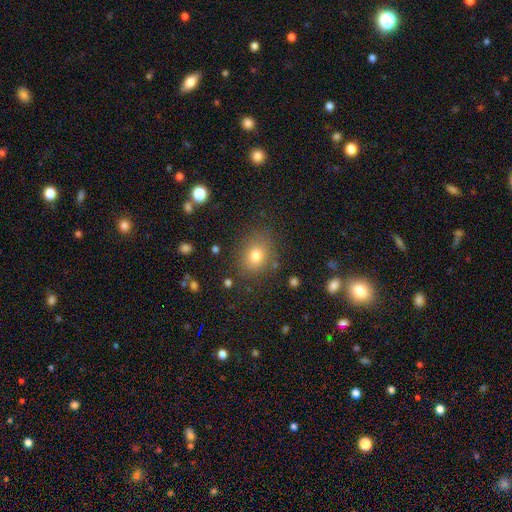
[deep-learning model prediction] Smooth or featured: smooth — 77% (star or artifact — 13%)
How rounded: round — 56% (in between — 43%)
Merging: none — 80% (minor disturbance — 13%)